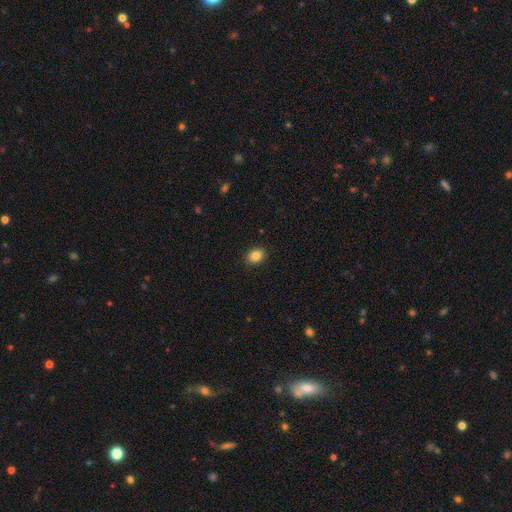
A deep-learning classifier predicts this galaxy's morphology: Smooth or featured? Predicted: smooth (p=0.86). How rounded? Predicted: in between (p=0.59). Merging? Predicted: none (p=0.90).